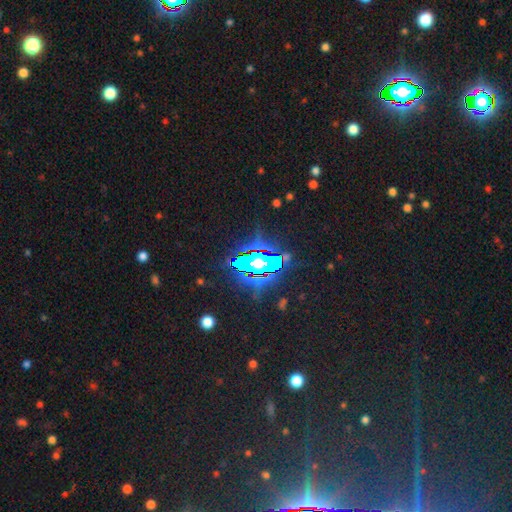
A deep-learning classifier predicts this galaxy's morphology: This is clearly a star or artifact rather than a galaxy (84%).